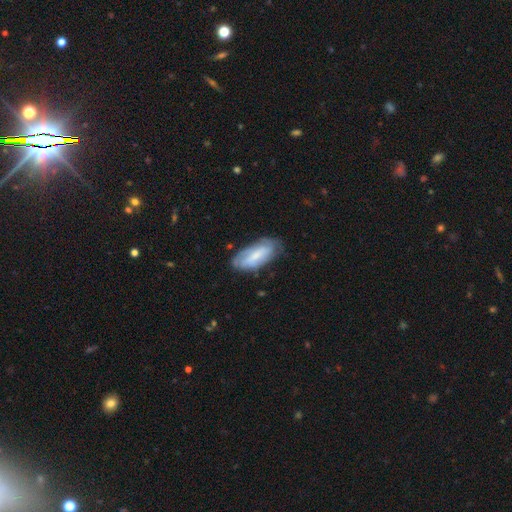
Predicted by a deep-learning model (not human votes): Smooth or featured? featured or disk (47%, tied with smooth)
Merging? none (68%)